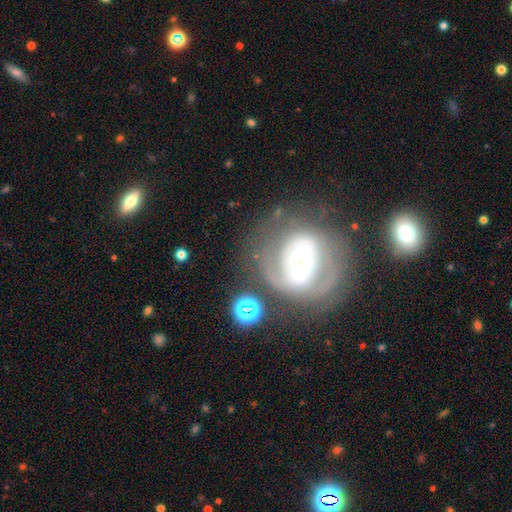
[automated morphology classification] Smooth or featured: featured or disk — 77% (smooth — 15%)
Edge-on disk: no — 96% (yes — 4%)
Bar: weak — 38% (no — 34%)
Spiral arms: yes — 79% (no — 21%)
Spiral winding: tight — 56% (medium — 32%)
Spiral arm count: 2 — 51% (can't tell — 29%)
Bulge size: moderate — 48% (small — 43%)
Merging: none — 68% (minor disturbance — 15%)